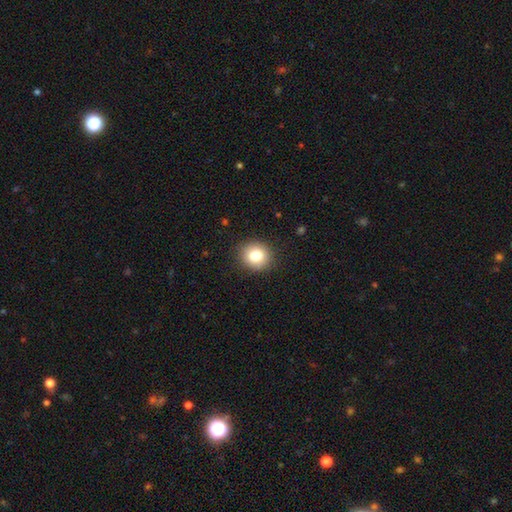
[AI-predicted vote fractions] Morphology: type=smooth (81%); roundness=round (82%); merging=none (90%).